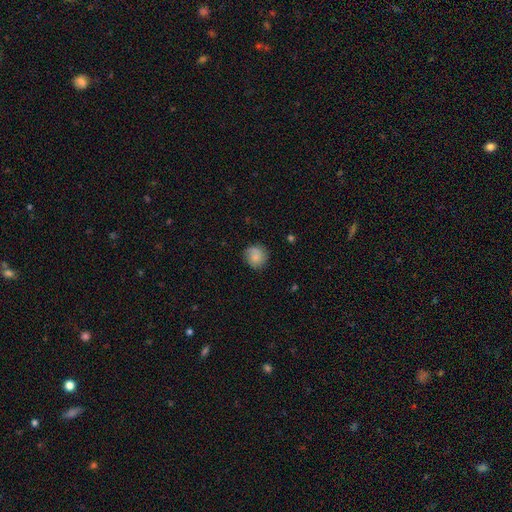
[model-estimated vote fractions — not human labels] This is likely a smooth galaxy (73%). How rounded: clearly round (87%). Merging: likely none (77%).